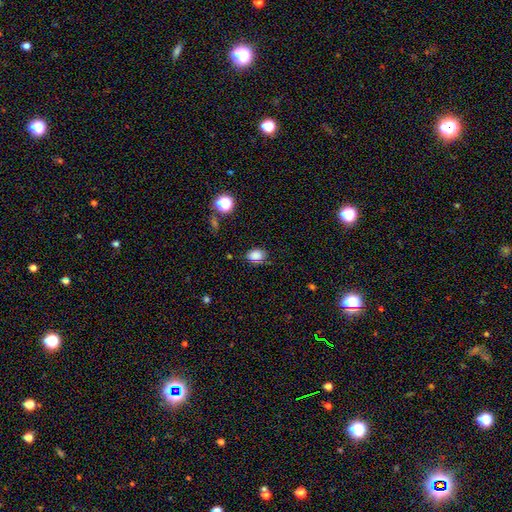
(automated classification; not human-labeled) smooth 84%, star or artifact 12%, featured or disk 5%. Down the decision tree: how rounded — in between (74%); merging — none (75%).